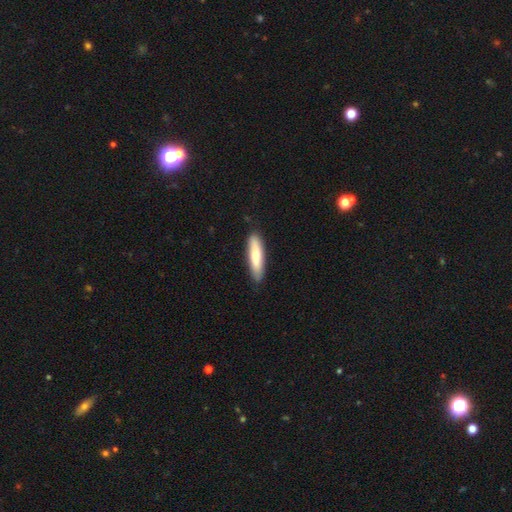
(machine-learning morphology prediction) Smooth or featured?
  - smooth: 75% *
  - featured or disk: 20%
  - star or artifact: 5%
How rounded?
  - cigar-shaped: 76% *
  - in between: 23%
  - round: 1%
Merging?
  - none: 85% *
  - minor disturbance: 12%
  - major disturbance: 2%
  - merger: 1%